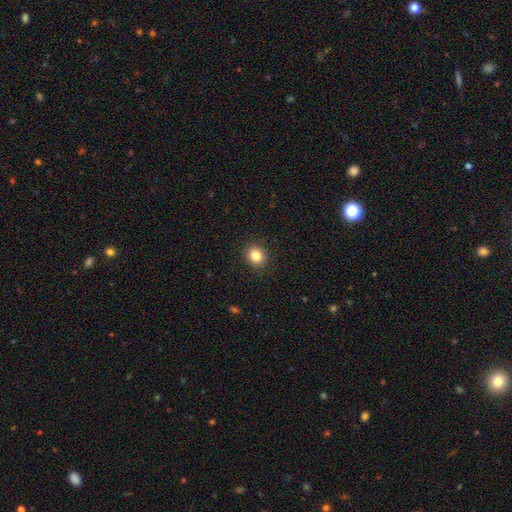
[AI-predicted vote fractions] A smooth galaxy with no disk features (84%) that is round (70%). Merging: none (91%).